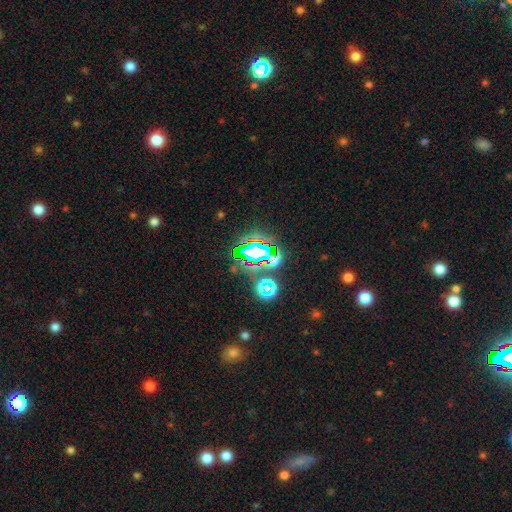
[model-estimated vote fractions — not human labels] Smooth or featured: star or artifact — 77% (smooth — 15%)